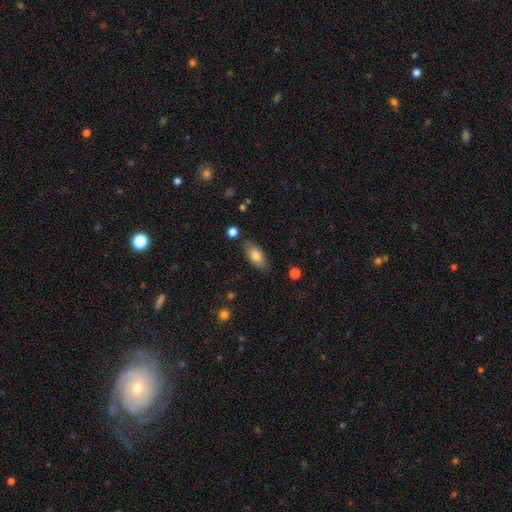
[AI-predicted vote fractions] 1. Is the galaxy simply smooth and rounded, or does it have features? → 80% smooth, 14% featured or disk, 7% star or artifact.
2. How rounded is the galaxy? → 89% in between, 8% cigar-shaped, 3% round.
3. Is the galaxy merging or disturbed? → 81% none, 13% minor disturbance, 3% major disturbance, 3% merger.